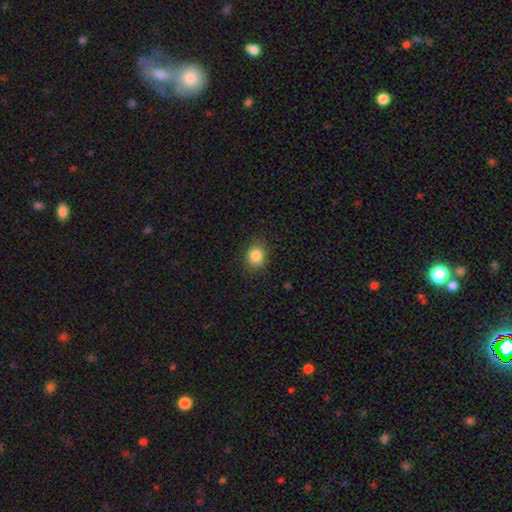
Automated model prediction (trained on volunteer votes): The model was most divided on "how rounded": round: 63%, in between: 36%, cigar-shaped: 1%. More confident: smooth or featured — smooth (85%); merging — none (82%).